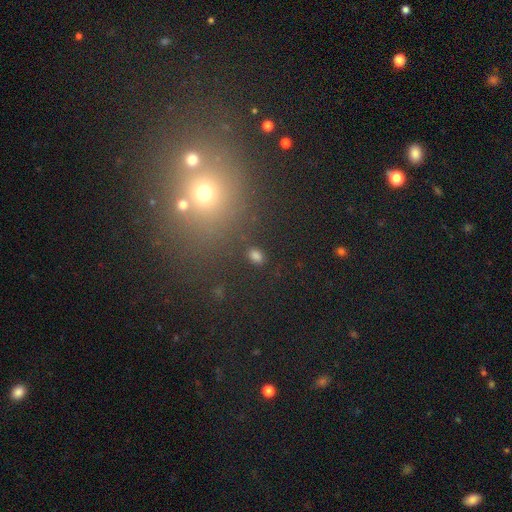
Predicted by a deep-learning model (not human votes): smooth 77%, star or artifact 18%, featured or disk 5%. Down the decision tree: how rounded — in between (75%); merging — none (85%).